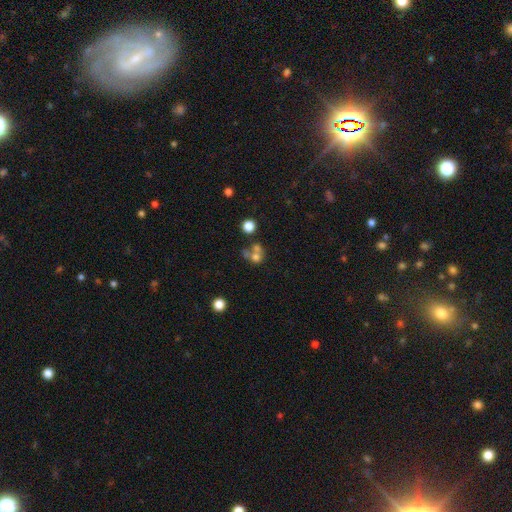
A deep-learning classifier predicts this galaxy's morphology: The model was most divided on "merging": merger: 52%, none: 34%, minor disturbance: 8%, major disturbance: 6%. More confident: how rounded — round (77%); smooth or featured — smooth (65%).